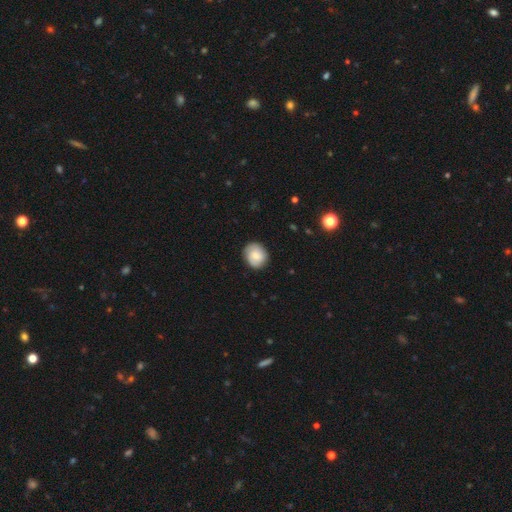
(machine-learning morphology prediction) This is likely a smooth galaxy (72%). How rounded: likely round (76%). Merging: clearly none (84%).